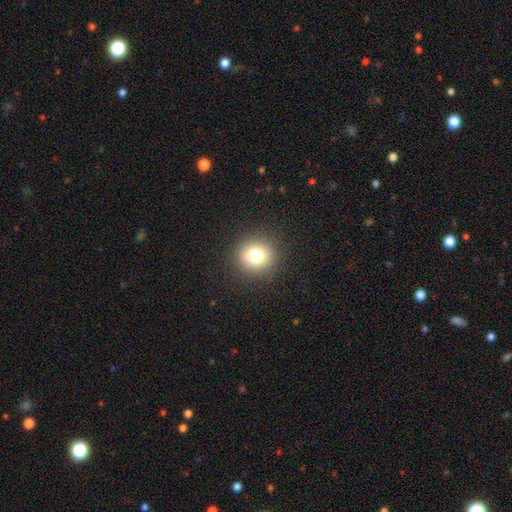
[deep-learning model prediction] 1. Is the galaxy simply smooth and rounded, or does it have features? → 78% smooth, 13% star or artifact, 9% featured or disk.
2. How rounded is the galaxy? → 90% round, 9% in between, 1% cigar-shaped.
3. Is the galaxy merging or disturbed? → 90% none, 6% minor disturbance, 3% major disturbance, 1% merger.